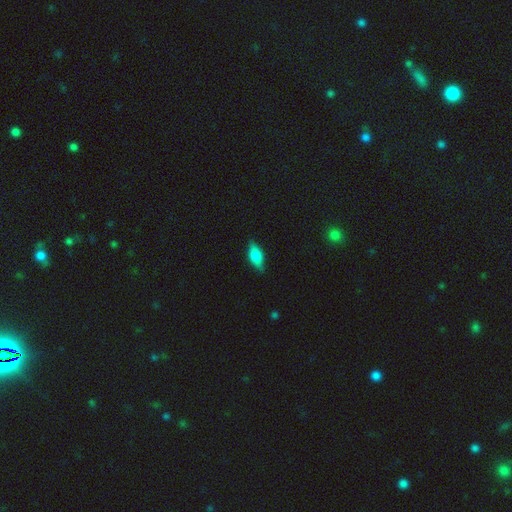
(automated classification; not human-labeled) Overall: smooth (65%; featured or disk 27%). How rounded: in between (81%). Merging: none (81%).